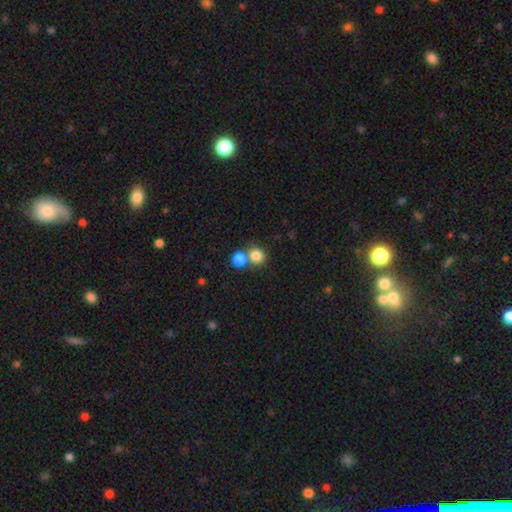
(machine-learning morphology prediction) Smooth or featured: smooth — 81% (star or artifact — 11%)
How rounded: round — 85% (in between — 14%)
Merging: none — 53% (merger — 37%)